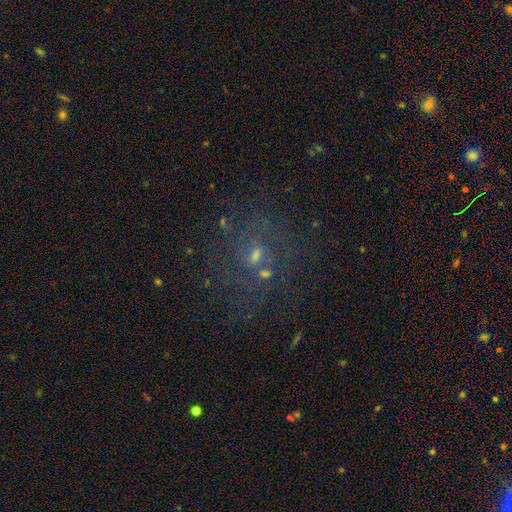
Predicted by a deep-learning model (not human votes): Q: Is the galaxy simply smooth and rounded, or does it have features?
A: featured or disk — 45%.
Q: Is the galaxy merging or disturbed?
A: none — 59%.